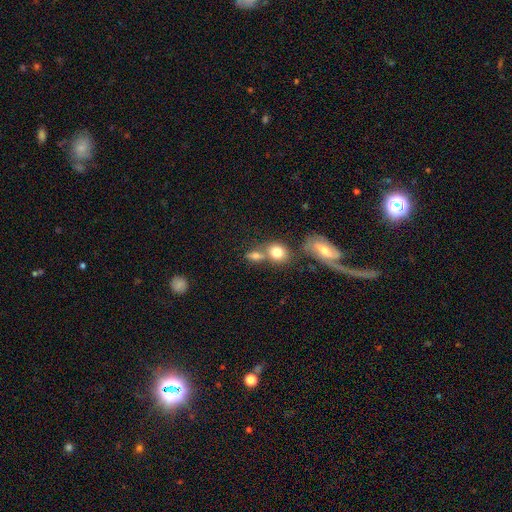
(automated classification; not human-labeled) This is likely a smooth galaxy (76%). How rounded: possibly in between (56%). Merging: marginally merger (42%, tied with none).